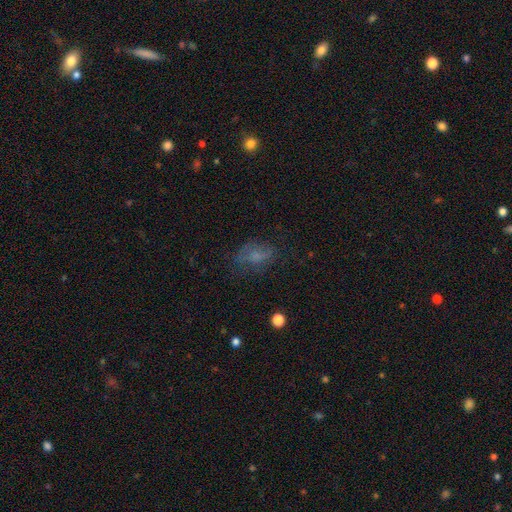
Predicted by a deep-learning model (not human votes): This is possibly a smooth galaxy (54%). How rounded: clearly in between (80%). Merging: possibly none (54%).